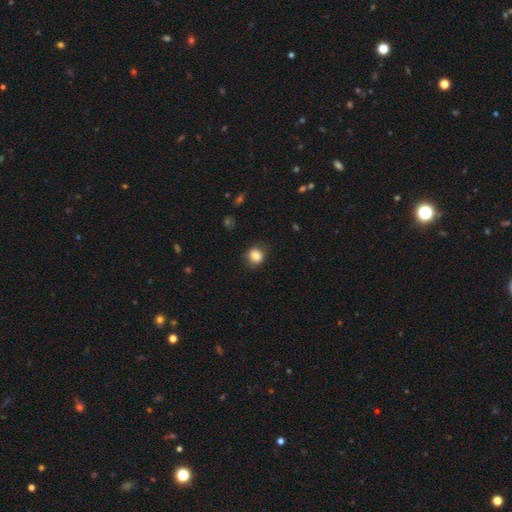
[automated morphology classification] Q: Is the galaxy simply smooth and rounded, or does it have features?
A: smooth — 84%.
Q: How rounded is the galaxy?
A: round — 76%.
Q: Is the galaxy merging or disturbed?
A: none — 79%.